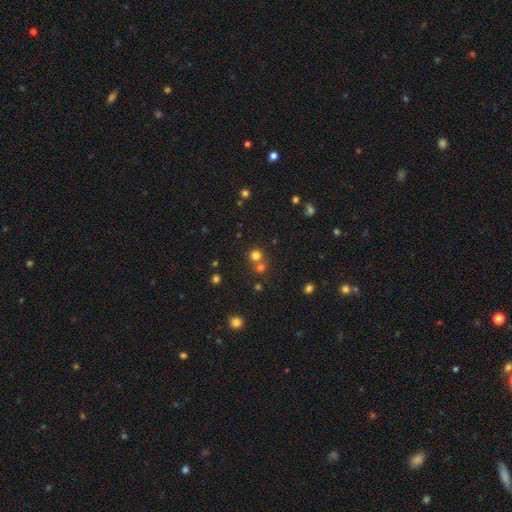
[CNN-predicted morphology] This is likely a smooth galaxy (73%). How rounded: clearly round (88%). Merging: possibly none (58%).